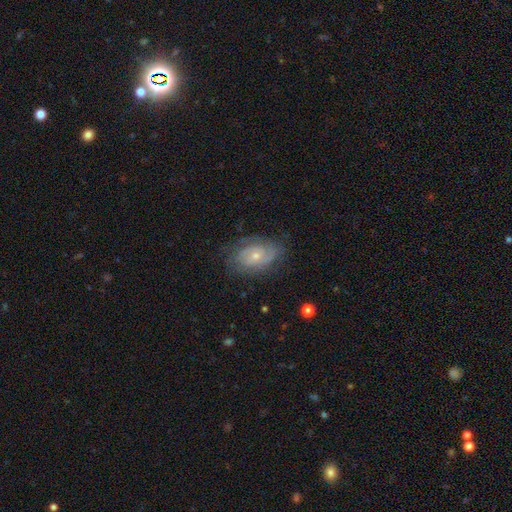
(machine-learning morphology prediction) Smooth or featured? featured or disk (69%)
Edge-on disk? no (95%)
Bar? no (72%)
Spiral arms? yes (86%)
Spiral winding? tight (59%)
Spiral arm count? can't tell (41%)
Bulge size? small (61%)
Merging? none (72%)